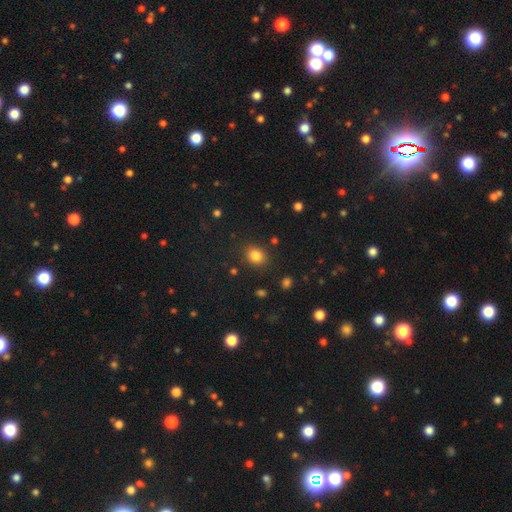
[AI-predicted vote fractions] Smooth or featured?
  - smooth: 83% *
  - star or artifact: 12%
  - featured or disk: 5%
How rounded?
  - round: 61% *
  - in between: 38%
  - cigar-shaped: 1%
Merging?
  - none: 86% *
  - minor disturbance: 9%
  - major disturbance: 3%
  - merger: 2%